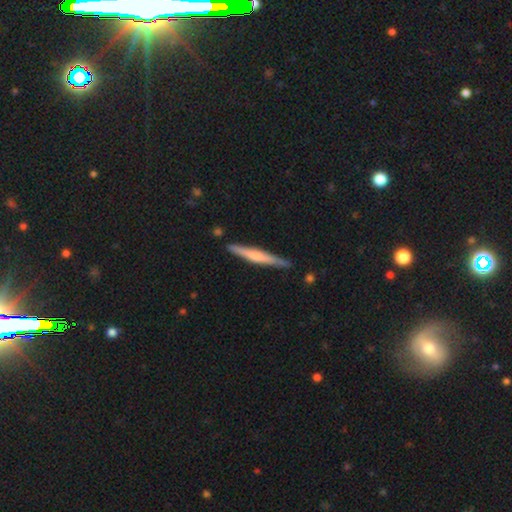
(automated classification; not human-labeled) Morphology: type=featured or disk (53%); edge-on=yes (97%); edge-on bulge=rounded (51%); merging=none (87%).